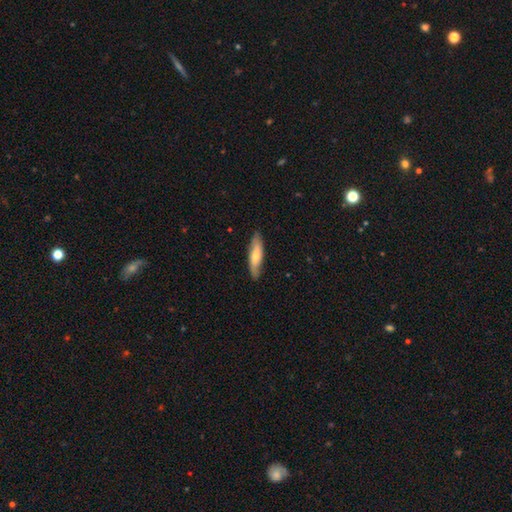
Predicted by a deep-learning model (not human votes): Overall: smooth (68%). How rounded: cigar-shaped (69%). Merging: none (83%).